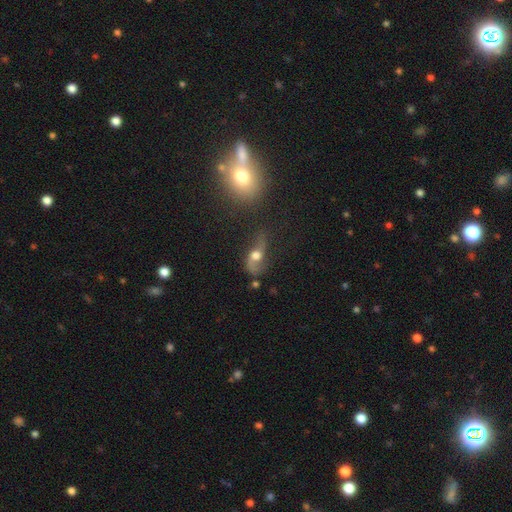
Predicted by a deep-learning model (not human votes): Q: Smooth or featured?
A: featured or disk (59%); runner-up: smooth (29%)
Q: Edge-on disk?
A: no (89%); runner-up: yes (11%)
Q: Bar?
A: no (70%); runner-up: weak (23%)
Q: Spiral arms?
A: yes (80%); runner-up: no (20%)
Q: Bulge size?
A: moderate (51%); runner-up: large (34%)
Q: Merging?
A: none (45%); runner-up: major disturbance (26%)